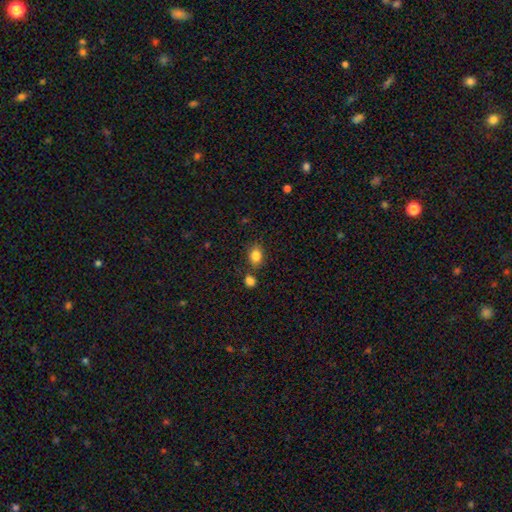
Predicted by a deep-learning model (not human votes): This is clearly a smooth galaxy (84%). How rounded: possibly in between (60%). Merging: likely none (75%).